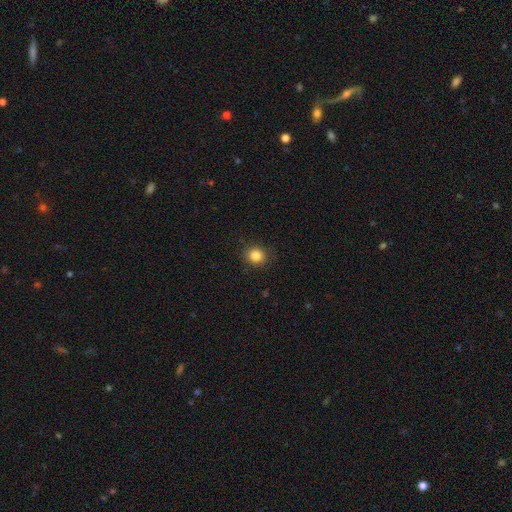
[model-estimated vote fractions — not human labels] Smooth or featured? Predicted: smooth (p=0.85). How rounded? Predicted: round (p=0.79). Merging? Predicted: none (p=0.88).